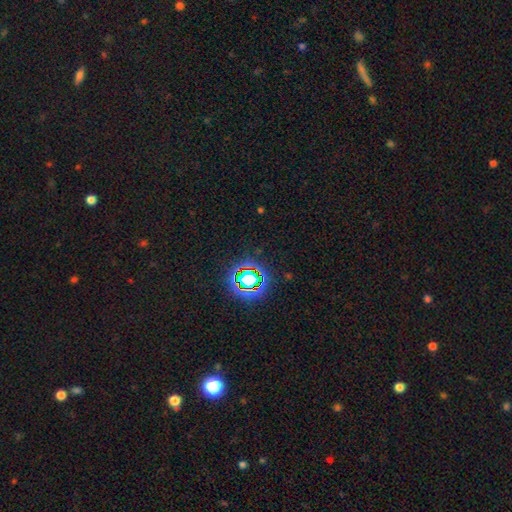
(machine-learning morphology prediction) Overall: star or artifact (77%).